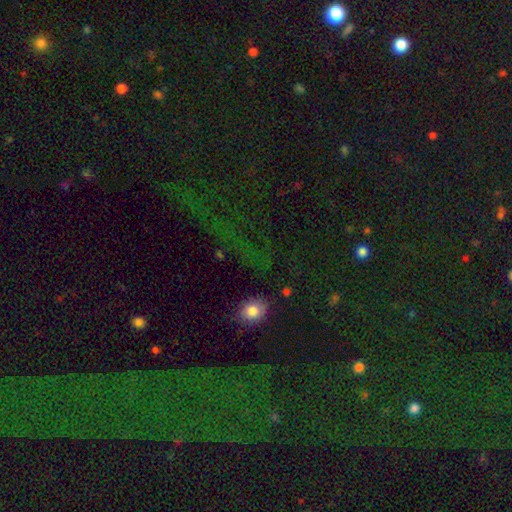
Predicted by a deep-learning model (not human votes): Smooth or featured? Predicted: star or artifact (p=0.68).